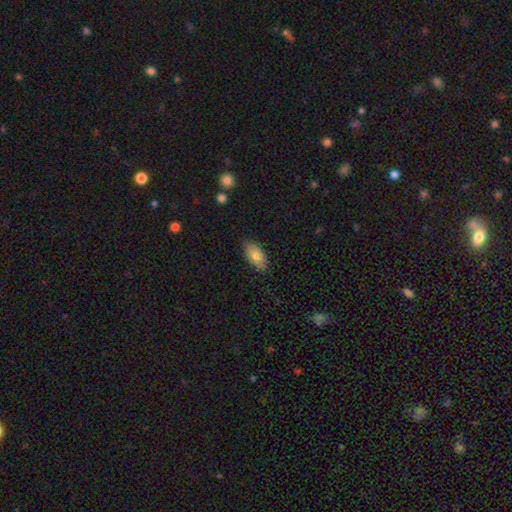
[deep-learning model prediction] A smooth galaxy with no disk features (77%) that is in between round and cigar-shaped (92%). Merging: none (84%).